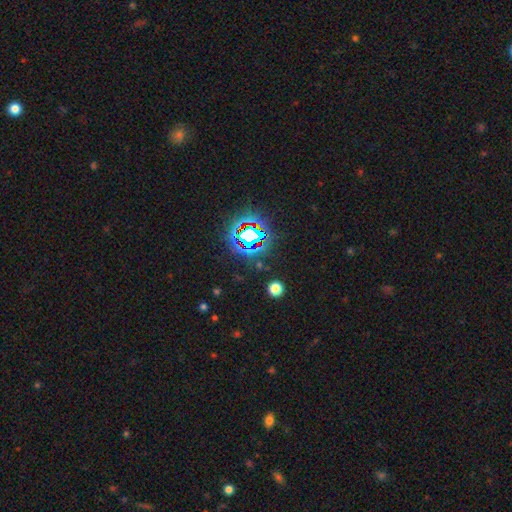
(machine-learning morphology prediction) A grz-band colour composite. It shows a star or artifact, not a galaxy (81%).